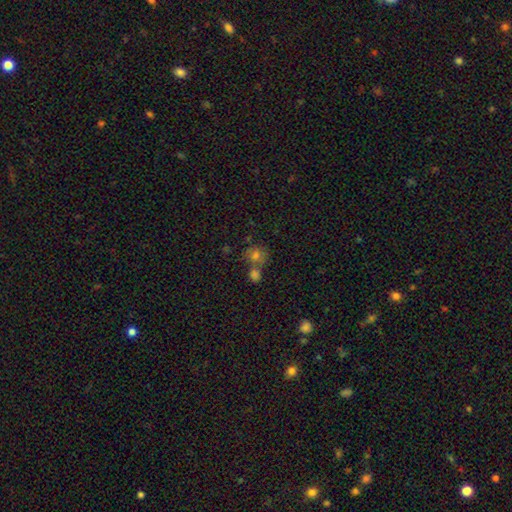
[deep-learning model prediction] Smooth or featured? Predicted: smooth (p=0.69). How rounded? Predicted: round (p=0.81). Merging? Predicted: none (p=0.48).